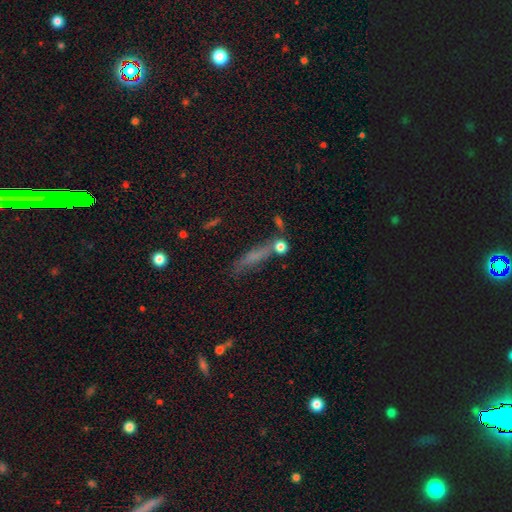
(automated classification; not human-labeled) smooth 53%, featured or disk 29%, star or artifact 18%. Down the decision tree: how rounded — cigar-shaped (76%); merging — none (58%).